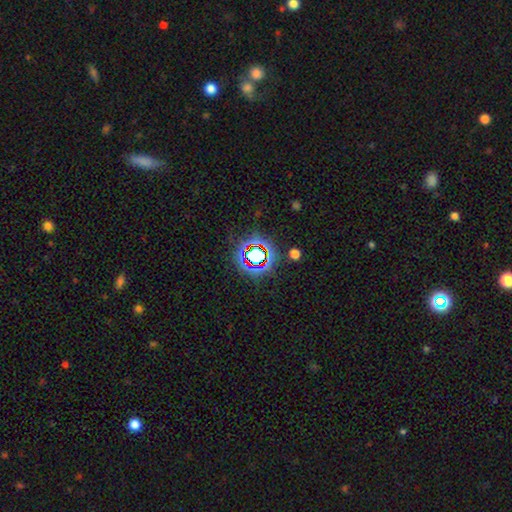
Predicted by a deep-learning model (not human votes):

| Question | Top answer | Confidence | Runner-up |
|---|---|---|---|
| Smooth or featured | star or artifact | 68% | smooth (20%) |